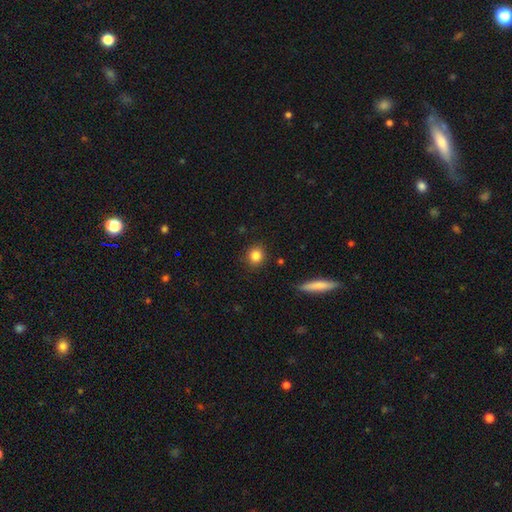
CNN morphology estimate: smooth 84%, star or artifact 10%, featured or disk 6%. Down the decision tree: how rounded — round (86%); merging — none (89%).